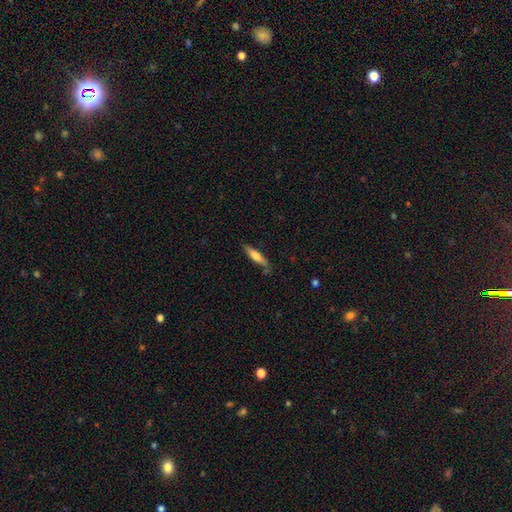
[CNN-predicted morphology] Q: Smooth or featured?
A: smooth (57%); runner-up: featured or disk (37%)
Q: How rounded?
A: cigar-shaped (81%); runner-up: in between (18%)
Q: Merging?
A: none (79%); runner-up: minor disturbance (15%)